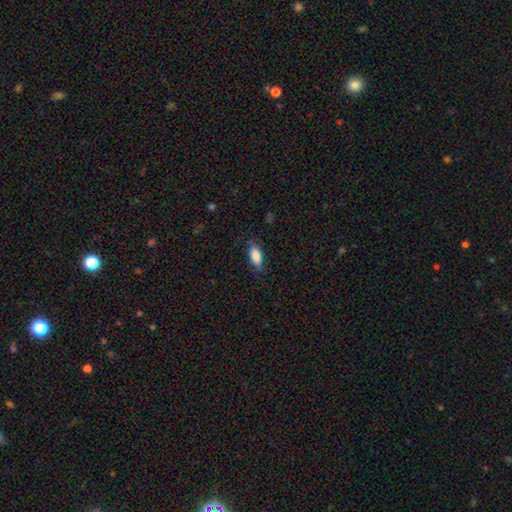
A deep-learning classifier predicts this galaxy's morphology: This appears to be a smooth galaxy with no disk features (83%) that is in between round and cigar-shaped (80%). Merging: none (77%).